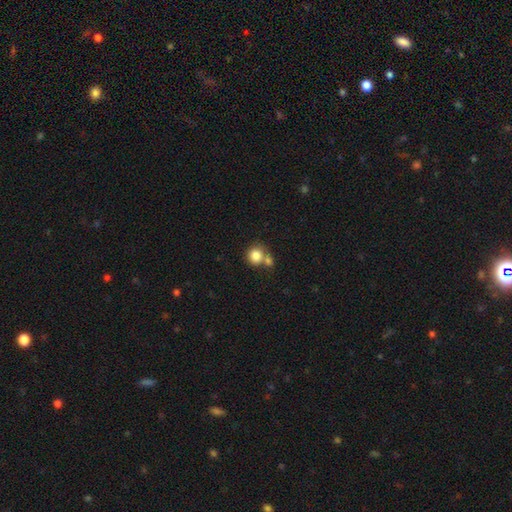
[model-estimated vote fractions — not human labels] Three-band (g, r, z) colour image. It shows a smooth galaxy with no disk features (82%) that is round (81%). Merging: none (46%).